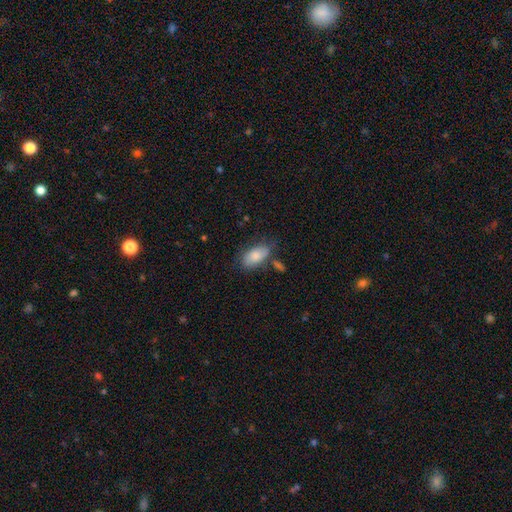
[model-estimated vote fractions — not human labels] Overall: smooth (82%). How rounded: in between (92%). Merging: none (65%).